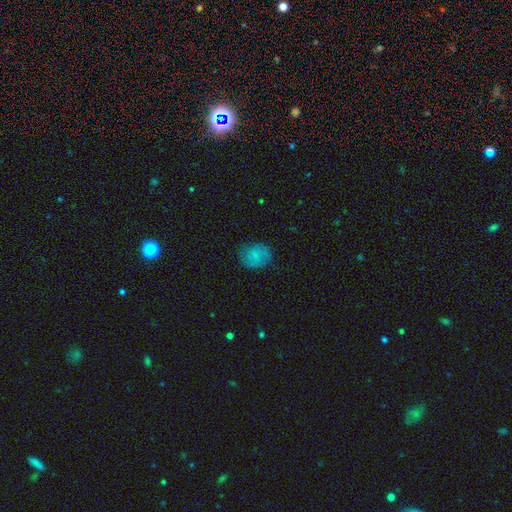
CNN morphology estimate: smooth_or_featured: smooth (p=0.79) [alt: featured or disk p=0.11]
how_rounded: round (p=0.60) [alt: in between p=0.39]
merging: none (p=0.76) [alt: minor disturbance p=0.19]